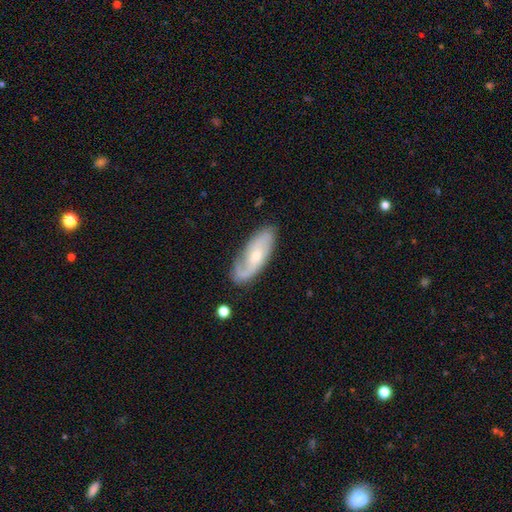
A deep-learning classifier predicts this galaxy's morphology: smooth-or-featured: featured or disk: 73% | smooth: 21% | star or artifact: 6%
  disk-edge-on: no: 91% | yes: 9%
    bar: no: 59% | weak: 34% | strong: 7%
    has-spiral-arms: yes: 92% | no: 8%
      spiral-winding: medium: 42% | loose: 31% | tight: 27%
      spiral-arm-count: 2: 65% | 1: 16% | can't tell: 14% | 3: 3% | 4: 1% | more than 4: 1%
    bulge-size: small: 50% | moderate: 44% | none: 2% | large: 2% | dominant: 1%
  merging: none: 74% | minor disturbance: 18% | major disturbance: 6% | merger: 2%